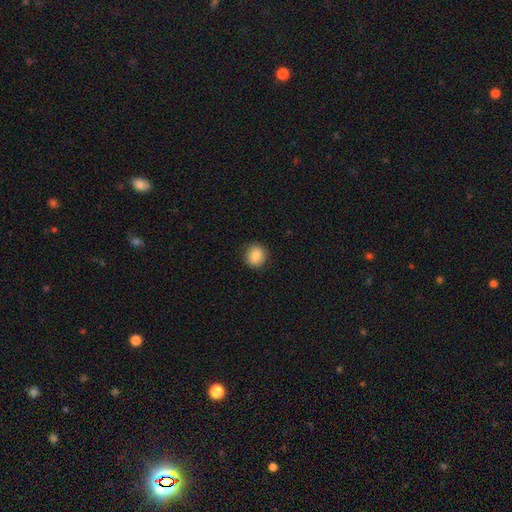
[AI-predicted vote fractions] Smooth or featured?
  - smooth: 85% *
  - star or artifact: 9%
  - featured or disk: 7%
How rounded?
  - round: 91% *
  - in between: 8%
  - cigar-shaped: 1%
Merging?
  - none: 90% *
  - minor disturbance: 7%
  - major disturbance: 2%
  - merger: 1%